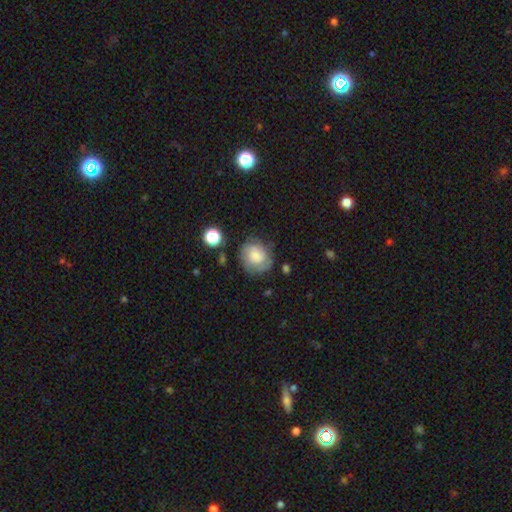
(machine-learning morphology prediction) smooth_or_featured: smooth (p=0.50) [alt: featured or disk p=0.41]
how_rounded: round (p=0.72) [alt: in between p=0.27]
merging: none (p=0.69) [alt: minor disturbance p=0.20]